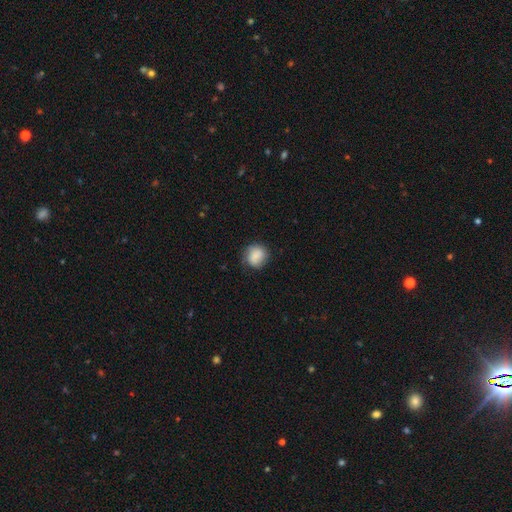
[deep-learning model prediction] This is clearly a smooth galaxy (82%). How rounded: clearly round (80%). Merging: likely none (73%).